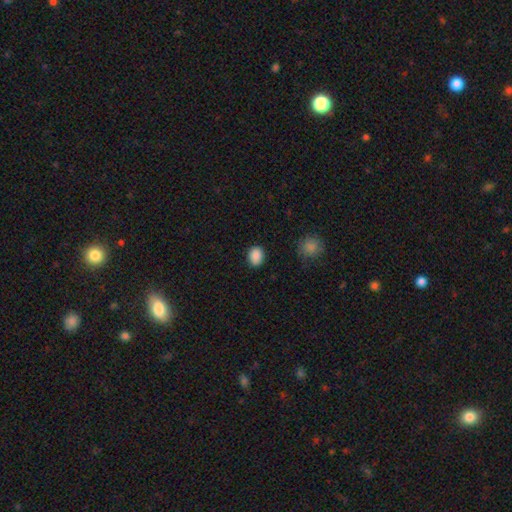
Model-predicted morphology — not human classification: Q: Smooth or featured?
A: smooth (88%); runner-up: star or artifact (9%)
Q: How rounded?
A: in between (52%); runner-up: round (47%)
Q: Merging?
A: none (87%); runner-up: minor disturbance (10%)